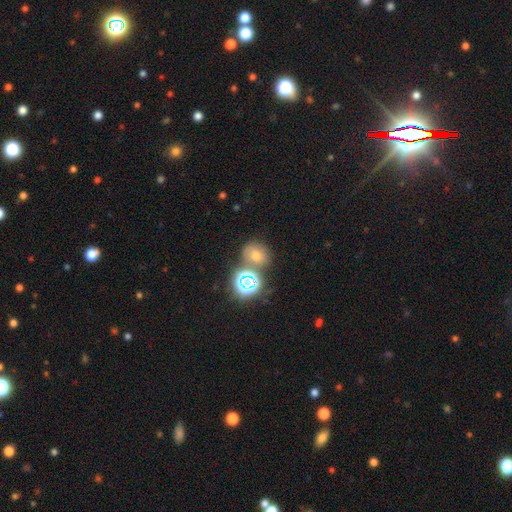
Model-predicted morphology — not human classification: Q: Smooth or featured?
A: smooth (51%); runner-up: star or artifact (36%)
Q: How rounded?
A: round (68%); runner-up: in between (30%)
Q: Merging?
A: none (64%); runner-up: merger (20%)